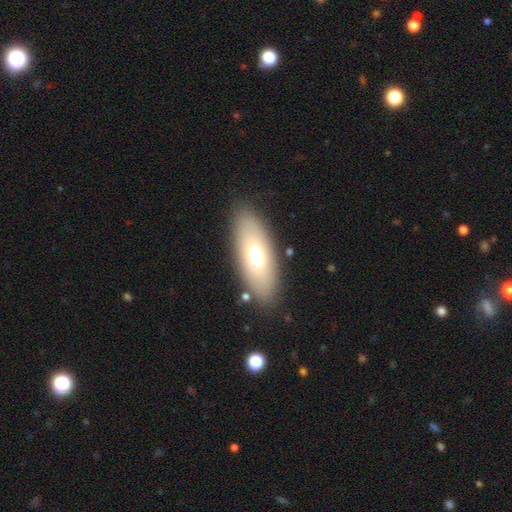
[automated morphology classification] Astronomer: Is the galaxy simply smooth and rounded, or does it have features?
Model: smooth — 65%.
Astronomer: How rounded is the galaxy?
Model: in between — 81%.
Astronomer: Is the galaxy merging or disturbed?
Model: none — 85%.